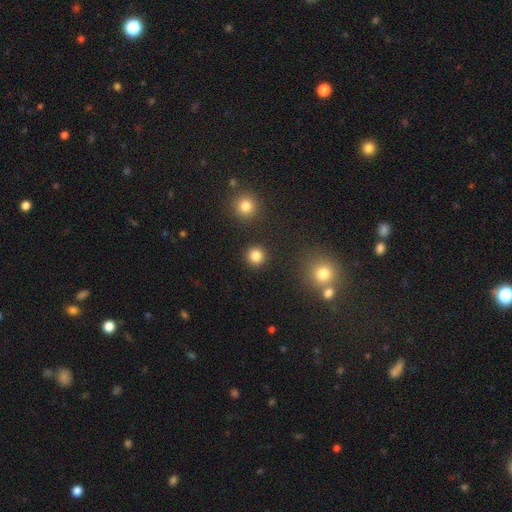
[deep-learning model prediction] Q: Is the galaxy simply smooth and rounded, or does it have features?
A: smooth — 84%.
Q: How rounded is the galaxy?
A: round — 94%.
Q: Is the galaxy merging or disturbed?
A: none — 91%.